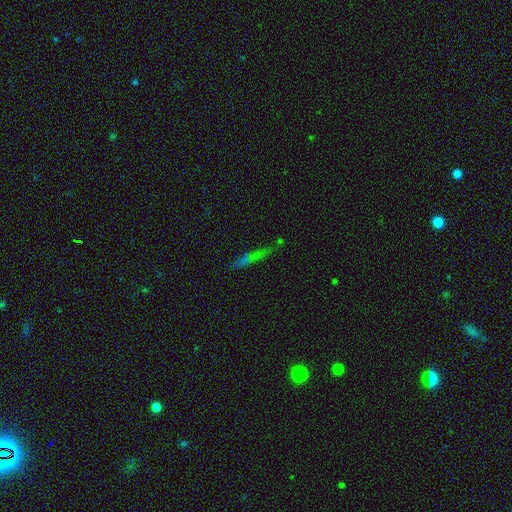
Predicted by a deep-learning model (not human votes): smooth_or_featured: smooth (p=0.44) [alt: star or artifact p=0.30]
merging: none (p=0.76) [alt: minor disturbance p=0.13]